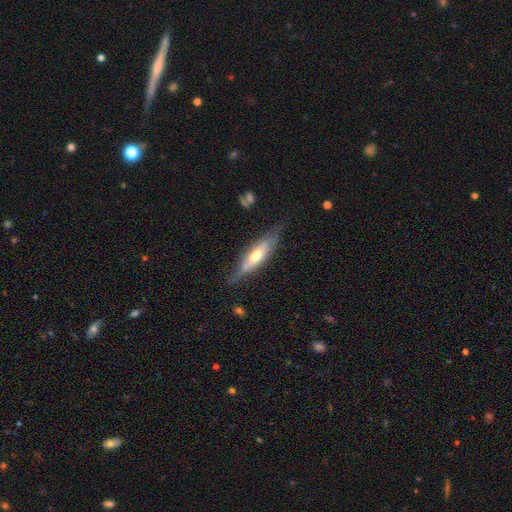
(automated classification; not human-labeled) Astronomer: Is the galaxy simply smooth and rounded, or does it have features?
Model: featured or disk — 57% (runner-up: smooth, 37%).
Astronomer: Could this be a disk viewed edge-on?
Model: yes — 61% (runner-up: no, 39%).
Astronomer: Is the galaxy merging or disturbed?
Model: none — 66%.